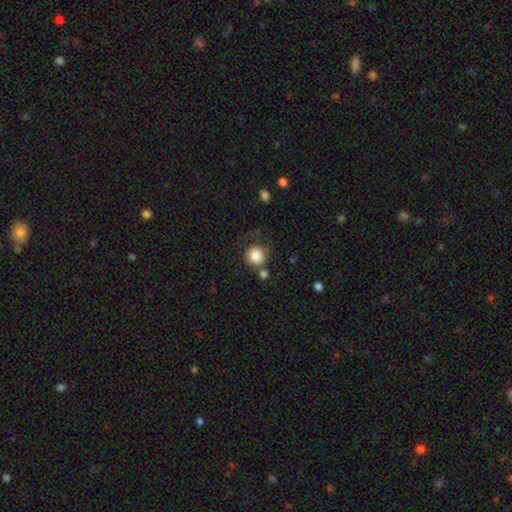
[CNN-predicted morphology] Q: Smooth or featured?
A: smooth (87%); runner-up: star or artifact (8%)
Q: How rounded?
A: round (90%); runner-up: in between (9%)
Q: Merging?
A: none (67%); runner-up: minor disturbance (14%)